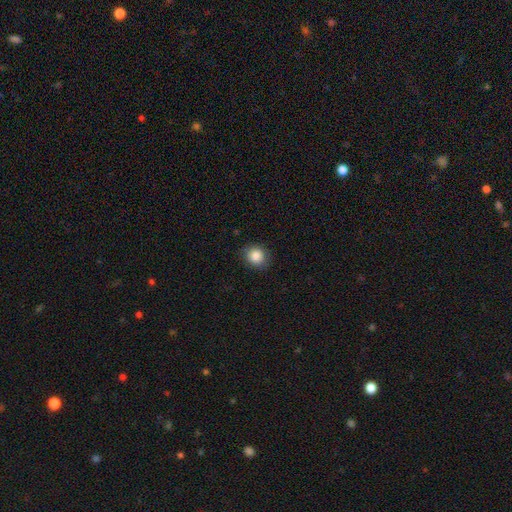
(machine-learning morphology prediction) This is clearly a smooth galaxy (86%). How rounded: likely round (73%). Merging: clearly none (84%).